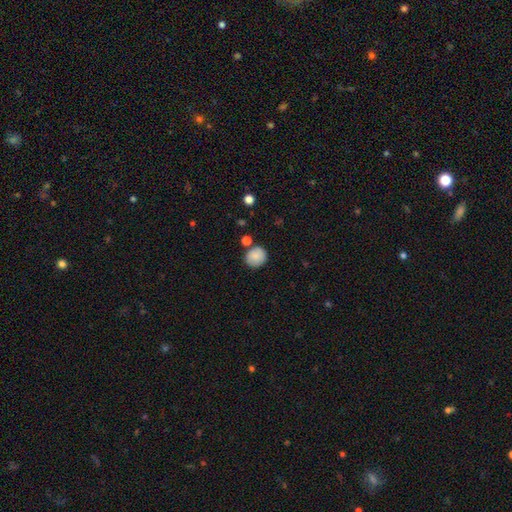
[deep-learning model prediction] A smooth galaxy with no disk features (85%) that is round (77%). Merging: none (74%).